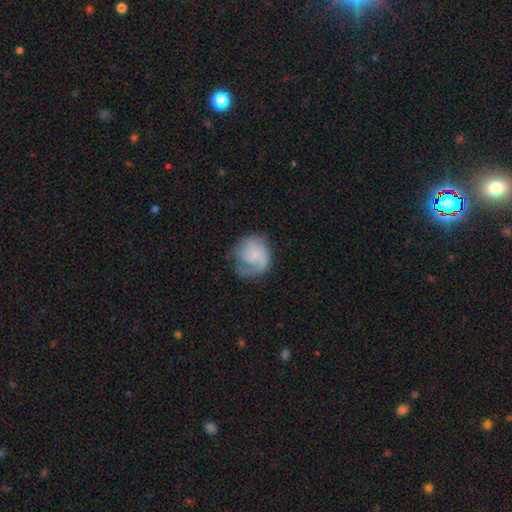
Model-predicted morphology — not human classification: Smooth or featured? Predicted: featured or disk (p=0.53). Edge-on disk? Predicted: no (p=0.98). Bar? Predicted: no (p=0.73). Spiral arms? Predicted: yes (p=0.84). Bulge size? Predicted: small (p=0.48). Merging? Predicted: none (p=0.59).